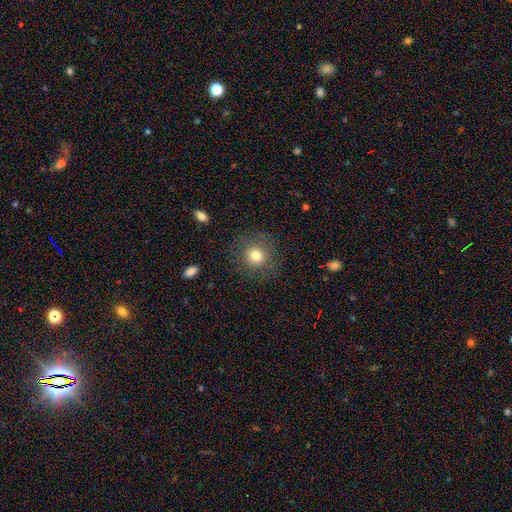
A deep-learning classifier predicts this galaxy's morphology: Q: Smooth or featured?
A: smooth (79%); runner-up: star or artifact (12%)
Q: How rounded?
A: round (91%); runner-up: in between (8%)
Q: Merging?
A: none (85%); runner-up: minor disturbance (9%)